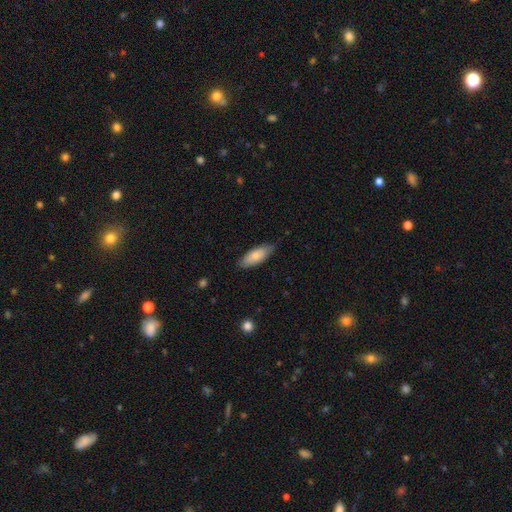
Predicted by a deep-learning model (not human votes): Smooth or featured? smooth (80%)
How rounded? in between (74%)
Merging? none (78%)